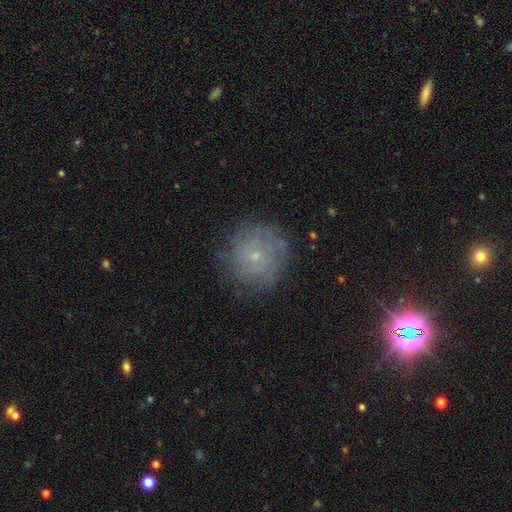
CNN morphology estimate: Smooth or featured? Predicted: smooth (p=0.43). Merging? Predicted: none (p=0.79).